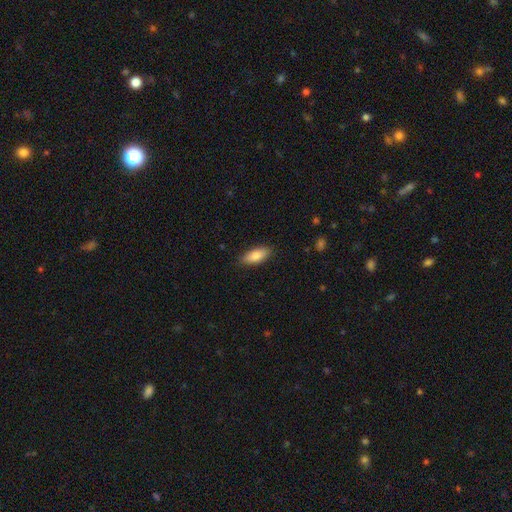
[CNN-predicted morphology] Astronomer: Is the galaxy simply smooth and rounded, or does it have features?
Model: smooth — 83%.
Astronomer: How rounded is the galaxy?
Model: in between — 82%.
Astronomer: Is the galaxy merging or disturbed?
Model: none — 86%.